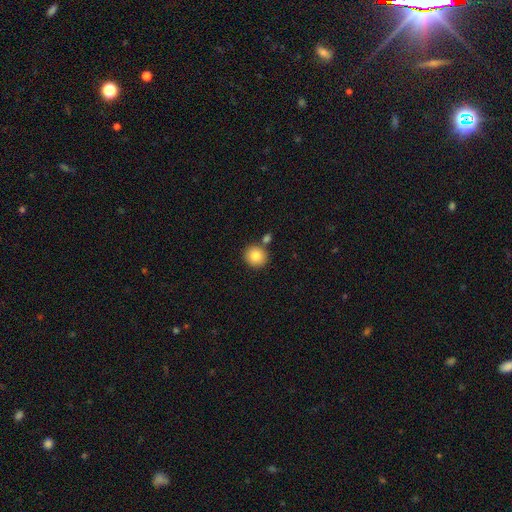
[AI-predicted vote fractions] Smooth or featured? smooth (84%)
How rounded? round (90%)
Merging? none (76%)